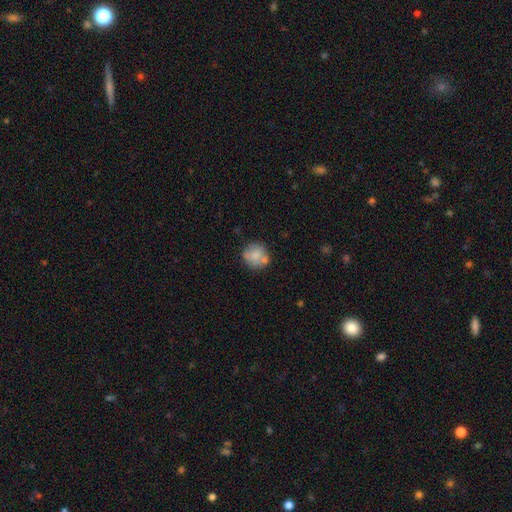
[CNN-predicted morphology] Smooth or featured: smooth — 72% (featured or disk — 20%)
How rounded: round — 87% (in between — 12%)
Merging: none — 60% (minor disturbance — 17%)